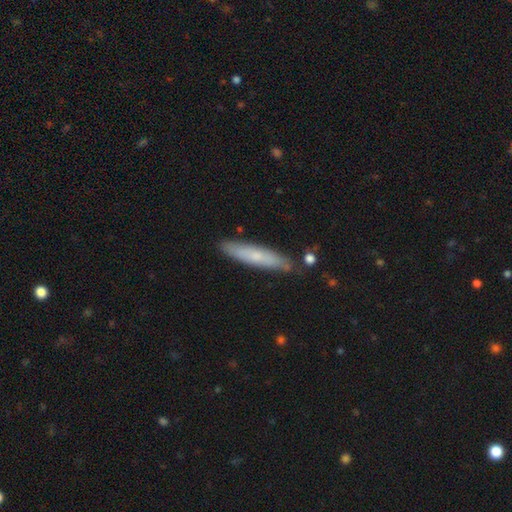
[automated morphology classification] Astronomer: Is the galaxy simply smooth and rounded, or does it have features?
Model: smooth — 62%.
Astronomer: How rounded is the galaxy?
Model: cigar-shaped — 88%.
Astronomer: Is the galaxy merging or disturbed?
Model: none — 84%.